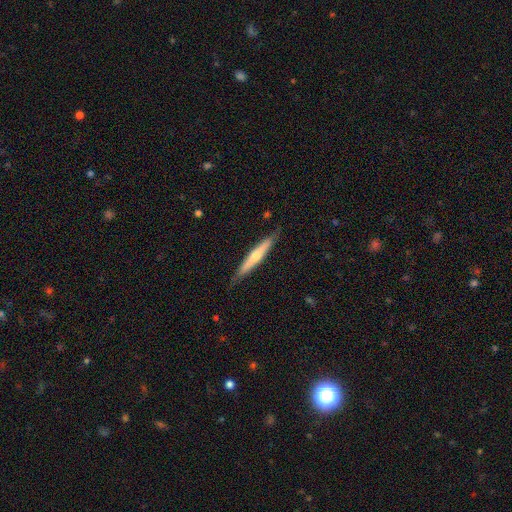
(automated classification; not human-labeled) Smooth or featured: featured or disk — 55% (smooth — 39%)
Edge-on disk: yes — 95% (no — 5%)
Edge-on bulge: rounded — 75% (none — 21%)
Merging: none — 86% (minor disturbance — 11%)